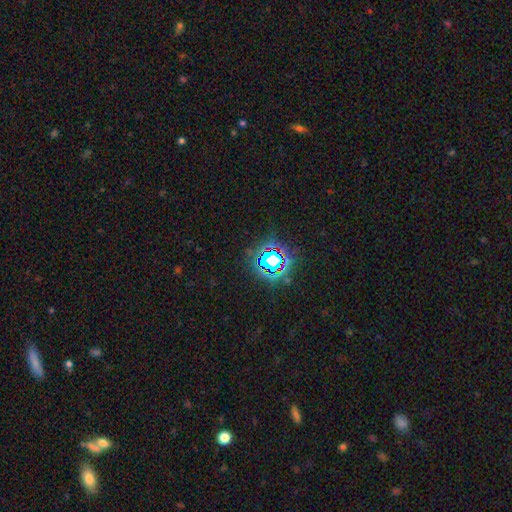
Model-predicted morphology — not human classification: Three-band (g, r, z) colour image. It shows a star or artifact, not a galaxy (79%).